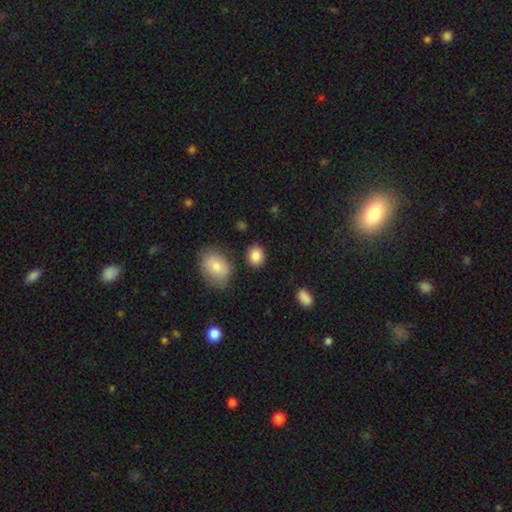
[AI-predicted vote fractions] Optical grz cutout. It shows a smooth galaxy with no disk features (87%) that is in between round and cigar-shaped (51%). Merging: none (84%).